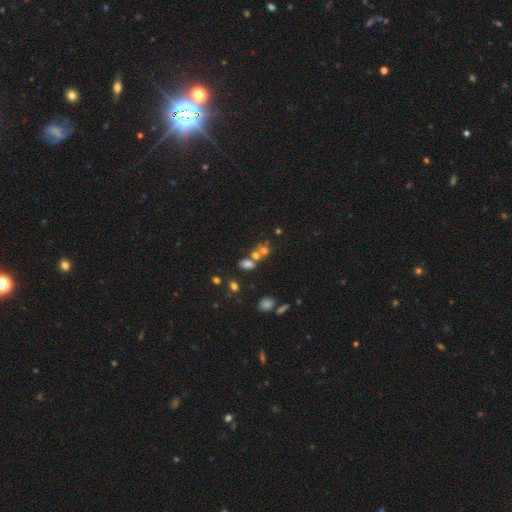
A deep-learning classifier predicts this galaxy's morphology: This appears to be a smooth galaxy with no disk features (60%) that is round (51%). Merging: merger (48%).